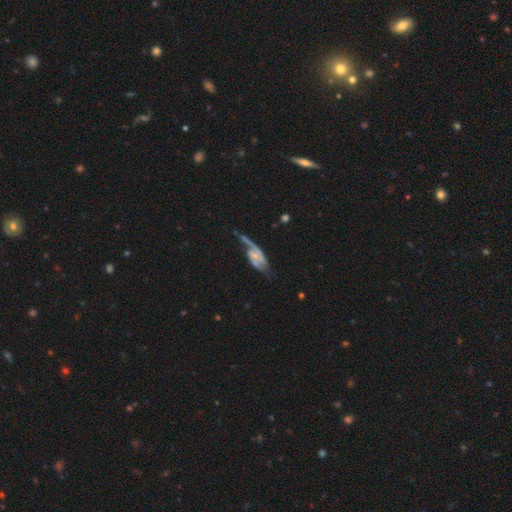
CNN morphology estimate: Smooth or featured?
  - featured or disk: 75% *
  - smooth: 18%
  - star or artifact: 7%
Edge-on disk?
  - no: 92% *
  - yes: 8%
Bar?
  - no: 57% *
  - weak: 32%
  - strong: 11%
Spiral arms?
  - yes: 86% *
  - no: 14%
Spiral winding?
  - loose: 47% *
  - medium: 37%
  - tight: 16%
Spiral arm count?
  - 2: 70% *
  - 1: 19%
  - can't tell: 7%
  - 3: 2%
  - 4: 1%
  - more than 4: 1%
Bulge size?
  - small: 57% *
  - none: 24%
  - moderate: 16%
  - large: 2%
  - dominant: 1%
Merging?
  - none: 35% *
  - major disturbance: 32%
  - minor disturbance: 23%
  - merger: 10%